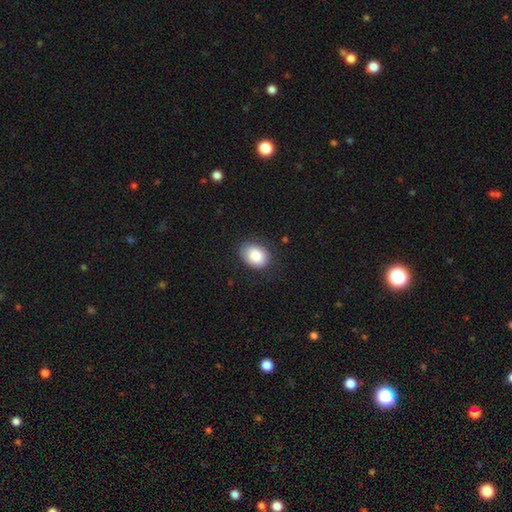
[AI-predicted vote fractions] This is clearly a smooth galaxy (87%). How rounded: likely in between (70%). Merging: likely none (79%).